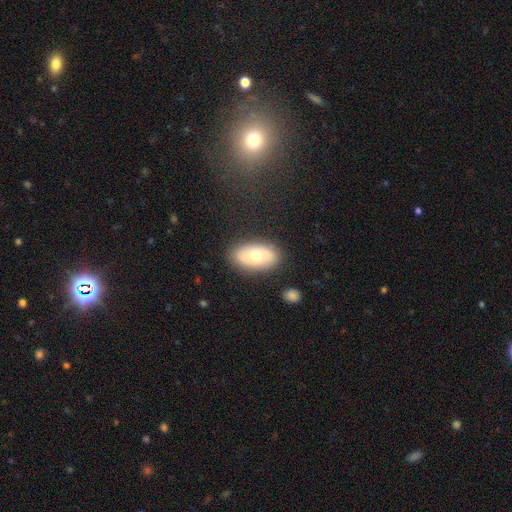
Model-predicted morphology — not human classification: Overall: smooth (61%; featured or disk 32%). How rounded: in between (93%). Merging: none (84%).